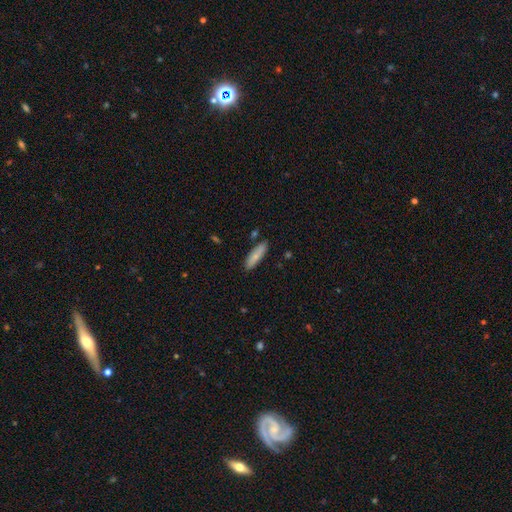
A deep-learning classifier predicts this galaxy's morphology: This appears to be a smooth galaxy with no disk features (77%) that is cigar-shaped (56%). Merging: none (84%).